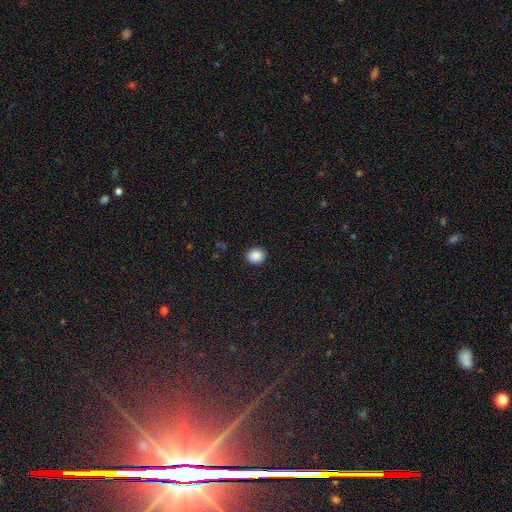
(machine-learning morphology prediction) This appears to be a smooth galaxy with no disk features (88%) that is round (67%). Merging: none (91%).